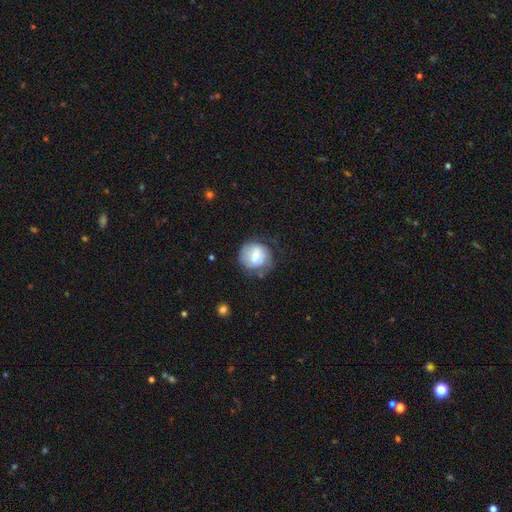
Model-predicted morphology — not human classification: Smooth or featured?
  - smooth: 51% *
  - featured or disk: 42%
  - star or artifact: 7%
How rounded?
  - round: 83% *
  - in between: 16%
  - cigar-shaped: 1%
Merging?
  - none: 59% *
  - minor disturbance: 24%
  - major disturbance: 14%
  - merger: 3%